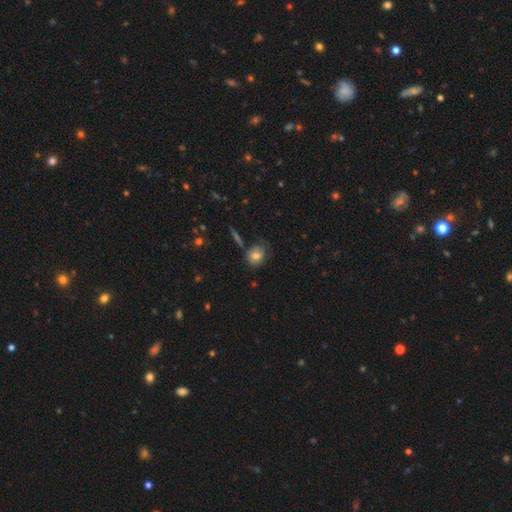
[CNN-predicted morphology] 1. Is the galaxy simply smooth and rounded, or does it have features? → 73% smooth, 17% featured or disk, 10% star or artifact.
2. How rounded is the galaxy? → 52% round, 46% in between, 2% cigar-shaped.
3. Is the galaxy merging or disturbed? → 62% none, 24% minor disturbance, 7% merger, 7% major disturbance.